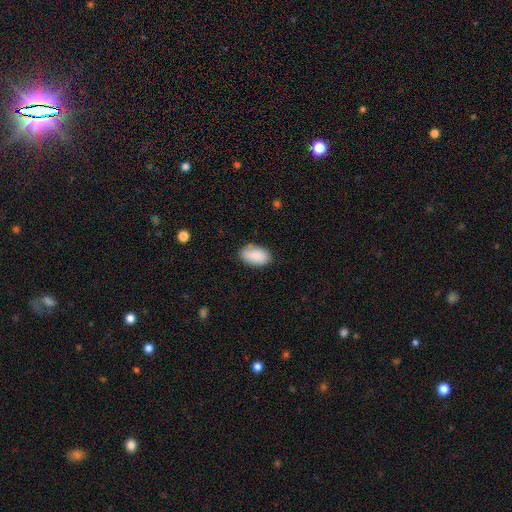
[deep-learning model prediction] Smooth or featured?
  - smooth: 88% *
  - star or artifact: 7%
  - featured or disk: 5%
How rounded?
  - in between: 93% *
  - round: 5%
  - cigar-shaped: 2%
Merging?
  - none: 76% *
  - minor disturbance: 18%
  - major disturbance: 4%
  - merger: 2%